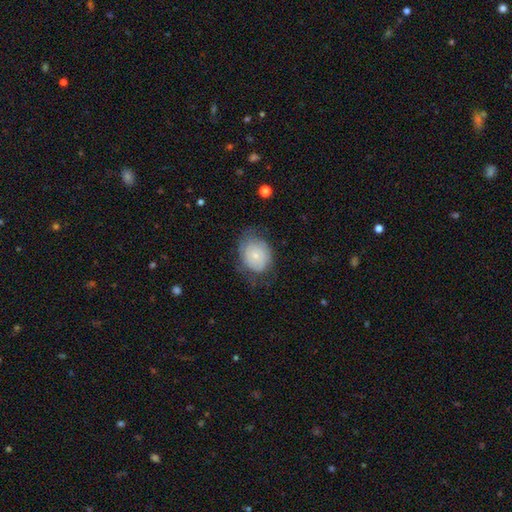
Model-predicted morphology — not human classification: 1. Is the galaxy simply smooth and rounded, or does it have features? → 53% smooth, 40% featured or disk, 7% star or artifact.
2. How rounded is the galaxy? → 54% round, 45% in between, 1% cigar-shaped.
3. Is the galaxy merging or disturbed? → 55% none, 29% minor disturbance, 15% major disturbance, 1% merger.